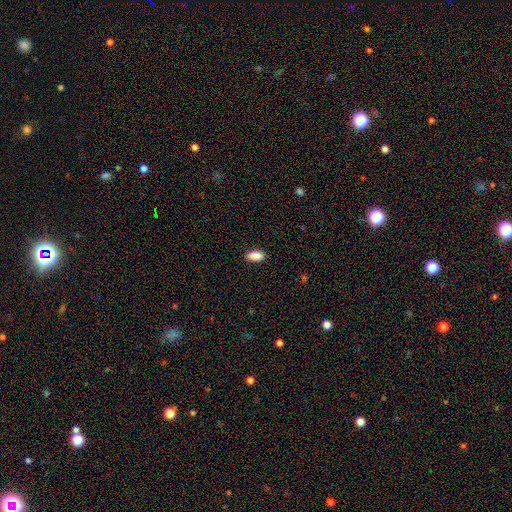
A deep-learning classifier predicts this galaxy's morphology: Overall: smooth (89%). How rounded: in between (89%). Merging: none (88%).